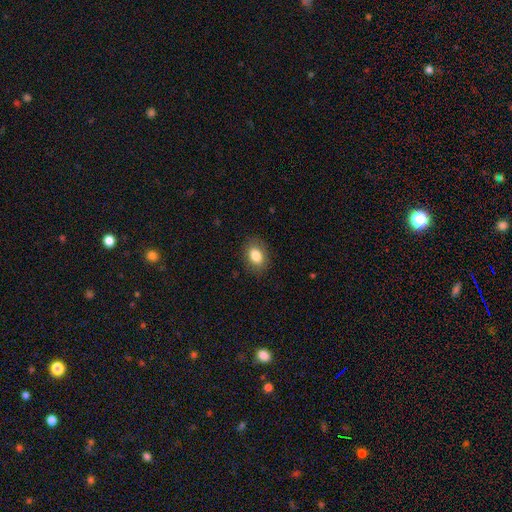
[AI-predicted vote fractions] The model was most divided on "how rounded": in between: 79%, round: 20%, cigar-shaped: 1%. More confident: merging — none (86%); smooth or featured — smooth (84%).